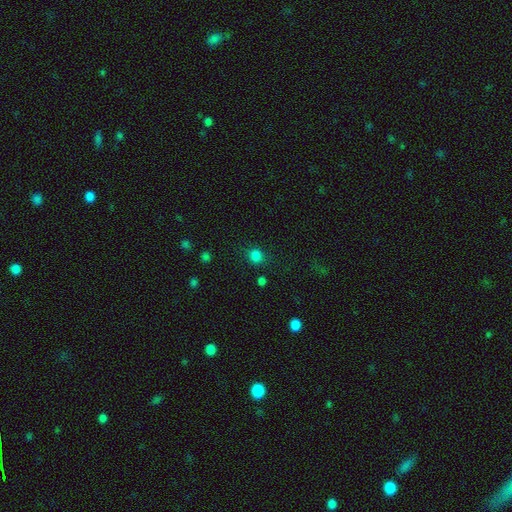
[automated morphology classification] smooth_or_featured: smooth (p=0.80) [alt: star or artifact p=0.15]
how_rounded: round (p=0.78) [alt: in between p=0.21]
merging: none (p=0.81) [alt: minor disturbance p=0.12]